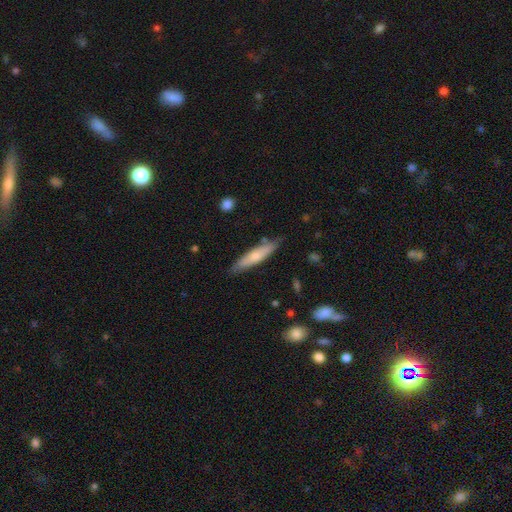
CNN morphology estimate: This appears to be a smooth galaxy with no disk features (61%) that is cigar-shaped (82%). Merging: none (82%).